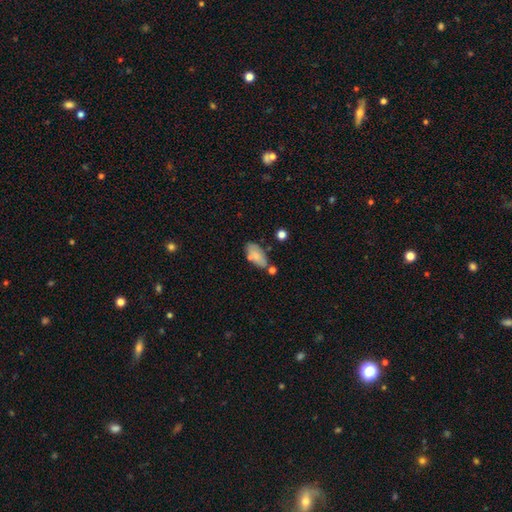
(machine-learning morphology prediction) smooth_or_featured: smooth (p=0.75) [alt: featured or disk p=0.18]
how_rounded: in between (p=0.91) [alt: cigar-shaped p=0.06]
merging: none (p=0.60) [alt: minor disturbance p=0.21]